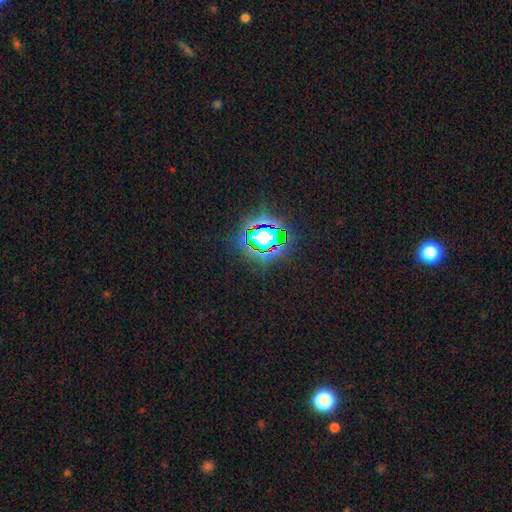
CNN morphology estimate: A star or artifact, not a galaxy (79%).

Vote fractions:
- Smooth or featured? star or artifact: 79% / smooth: 14% / featured or disk: 7%